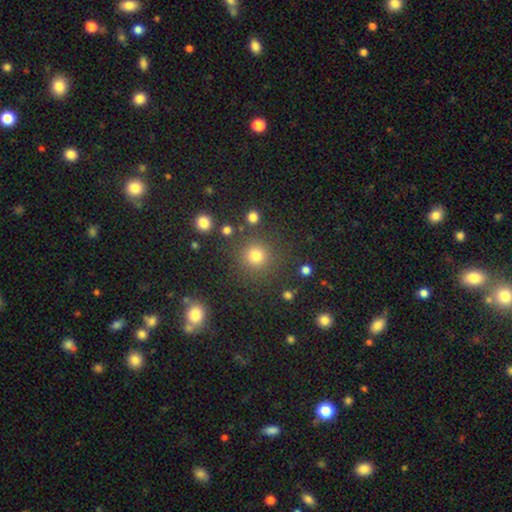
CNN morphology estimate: Smooth or featured? Predicted: smooth (p=0.79). How rounded? Predicted: round (p=0.94). Merging? Predicted: none (p=0.83).